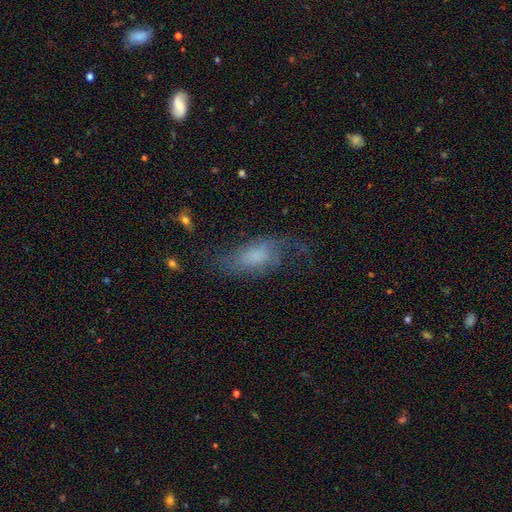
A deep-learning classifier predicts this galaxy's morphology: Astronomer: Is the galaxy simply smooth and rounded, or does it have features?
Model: featured or disk — 49% (runner-up: smooth, 41%).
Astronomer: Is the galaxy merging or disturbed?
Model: none — 46% (runner-up: major disturbance, 27%).